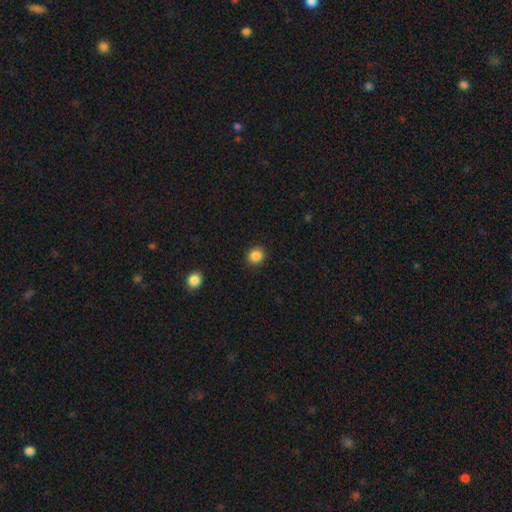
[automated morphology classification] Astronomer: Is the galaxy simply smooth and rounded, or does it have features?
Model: smooth — 87%.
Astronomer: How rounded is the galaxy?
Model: round — 87%.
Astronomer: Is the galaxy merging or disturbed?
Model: none — 92%.